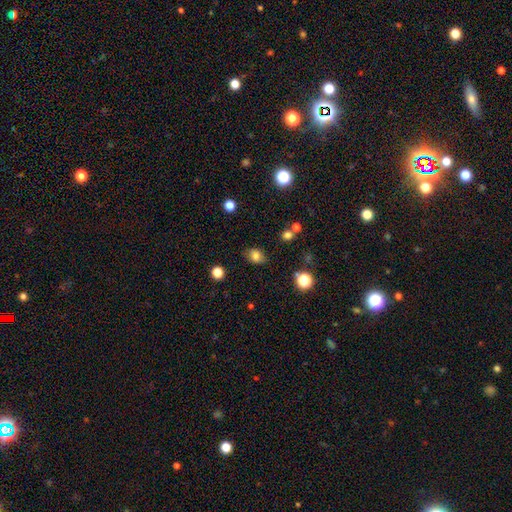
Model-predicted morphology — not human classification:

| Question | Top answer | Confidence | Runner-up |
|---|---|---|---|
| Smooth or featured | smooth | 80% | star or artifact (12%) |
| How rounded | in between | 59% | round (39%) |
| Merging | none | 81% | minor disturbance (14%) |